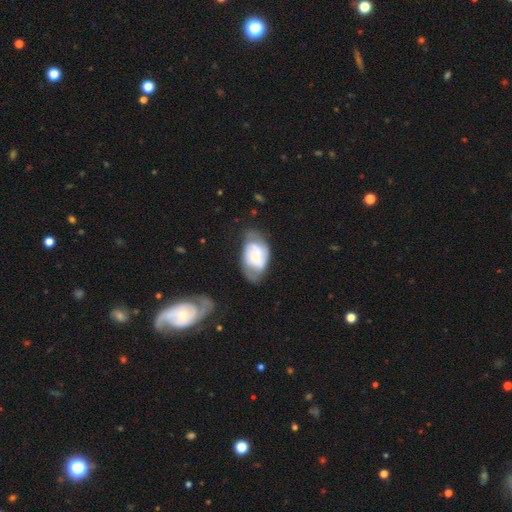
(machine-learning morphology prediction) Overall: featured or disk (56%; smooth 37%). Edge-on disk: no (96%). Bar: no (60%; weak 31%). Spiral arms: yes (74%). Bulge size: small (52%; moderate 26%). Merging: none (47%; minor disturbance 30%).